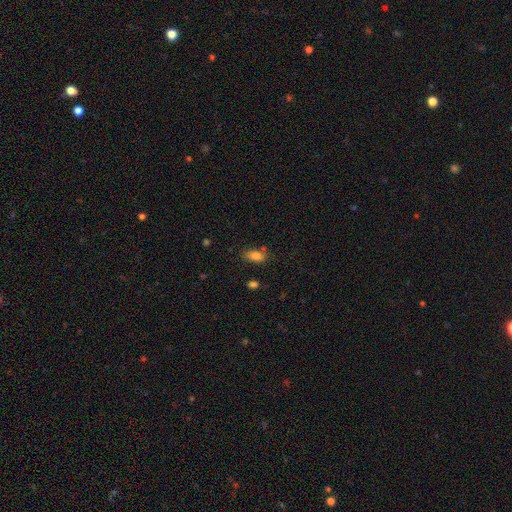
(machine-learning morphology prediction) smooth 84%, star or artifact 10%, featured or disk 6%. Down the decision tree: how rounded — in between (88%); merging — none (72%).